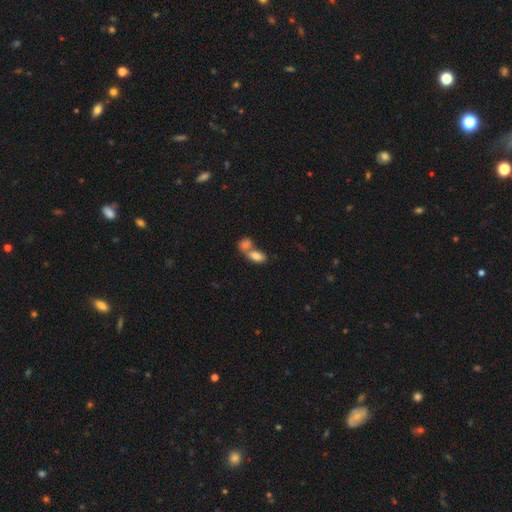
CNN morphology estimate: Q: Smooth or featured?
A: smooth (82%); runner-up: featured or disk (10%)
Q: How rounded?
A: in between (91%); runner-up: round (6%)
Q: Merging?
A: merger (62%); runner-up: none (27%)